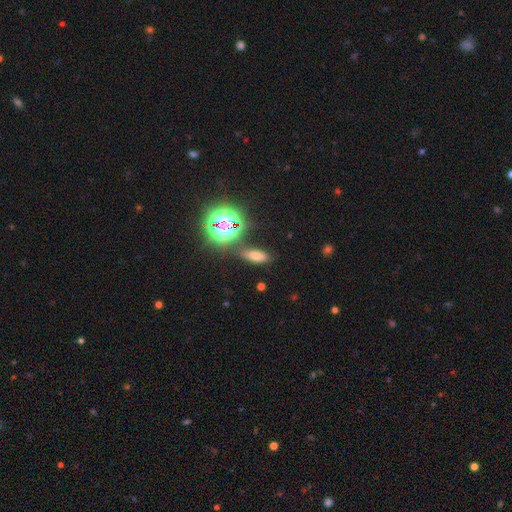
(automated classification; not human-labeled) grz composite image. It shows a smooth galaxy with no disk features (58%) that is in between round and cigar-shaped (69%). Merging: none (77%).